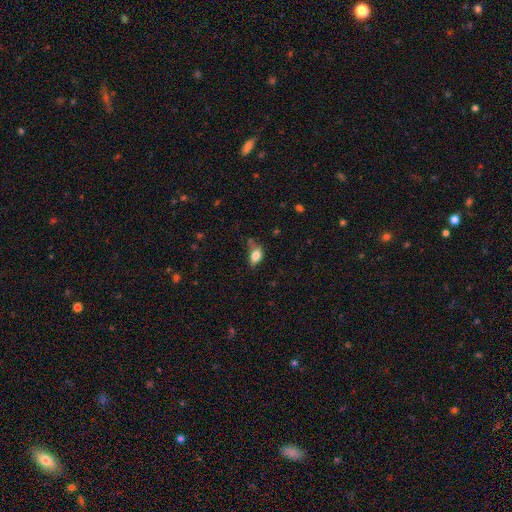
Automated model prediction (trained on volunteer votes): Smooth or featured? Predicted: smooth (p=0.78). How rounded? Predicted: in between (p=0.85). Merging? Predicted: none (p=0.46).